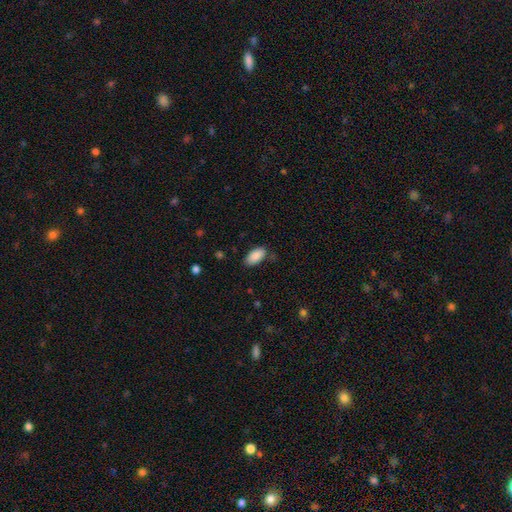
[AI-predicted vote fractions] smooth 90%, star or artifact 7%, featured or disk 4%. Down the decision tree: how rounded — in between (94%); merging — none (81%).